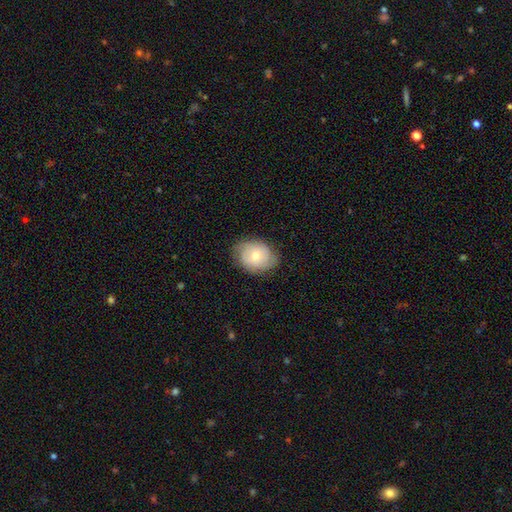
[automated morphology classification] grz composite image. It shows a smooth galaxy with no disk features (52%) that is in between round and cigar-shaped (52%). Merging: none (77%).